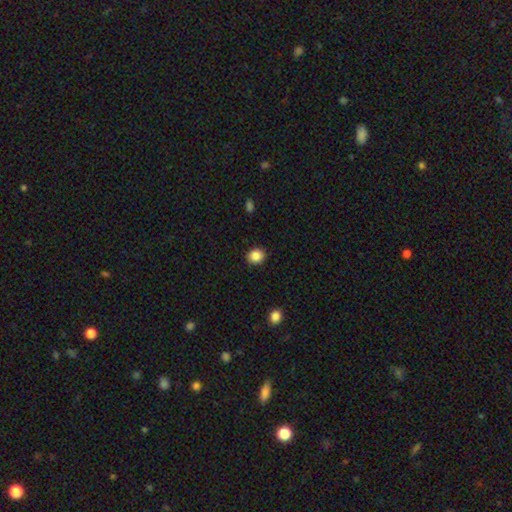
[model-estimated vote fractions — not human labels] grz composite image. It shows a smooth galaxy with no disk features (87%) that is round (76%). Merging: none (90%).